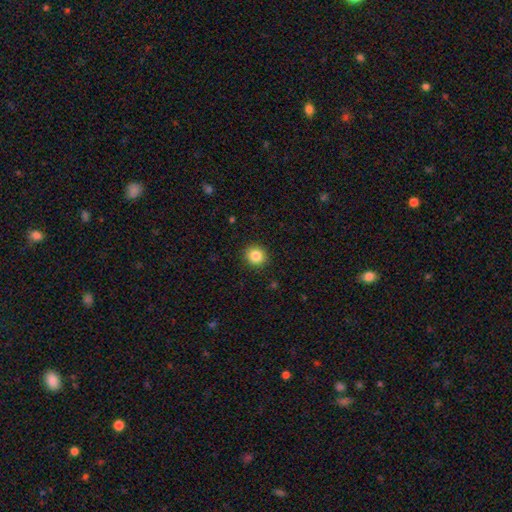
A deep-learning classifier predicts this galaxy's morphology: A smooth galaxy with no disk features (85%) that is round (89%).

Vote fractions:
- Smooth or featured? smooth: 85% / star or artifact: 10% / featured or disk: 5%
- How rounded? round: 89% / in between: 10% / cigar-shaped: 1%
- Merging? none: 91% / minor disturbance: 6% / major disturbance: 2% / merger: 1%